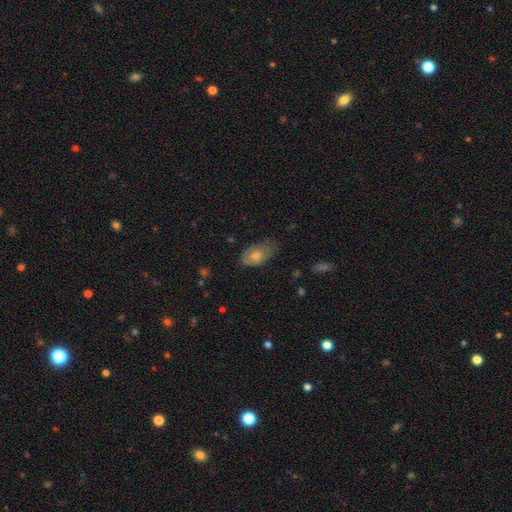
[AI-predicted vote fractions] The model was most divided on "merging": none: 45%, minor disturbance: 40%, major disturbance: 13%, merger: 2%. More confident: how rounded — in between (92%); smooth or featured — smooth (75%).